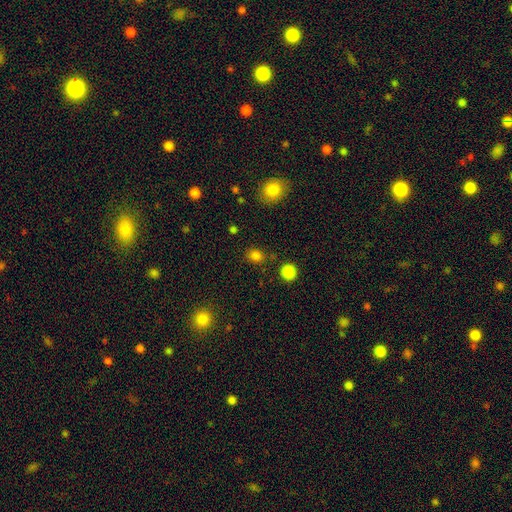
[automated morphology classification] The model was most divided on "how rounded": round: 62%, in between: 37%, cigar-shaped: 1%. More confident: merging — none (82%); smooth or featured — smooth (82%).